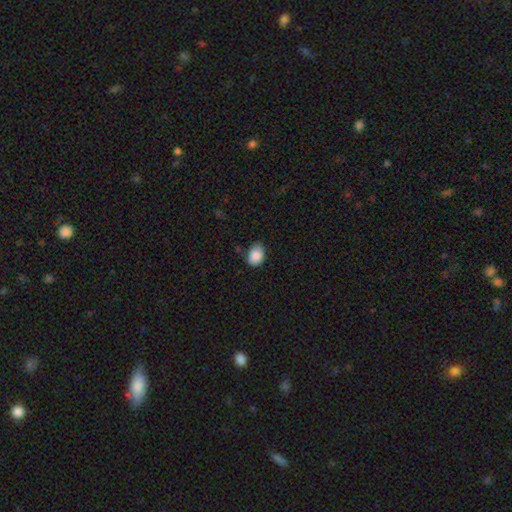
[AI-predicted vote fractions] Overall: smooth (87%). How rounded: in between (71%). Merging: none (74%).